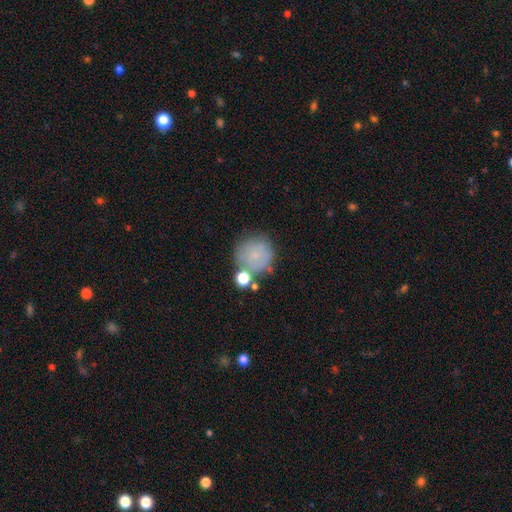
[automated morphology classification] This appears to be a smooth galaxy with no disk features (67%) that is round (90%). Merging: none (55%).